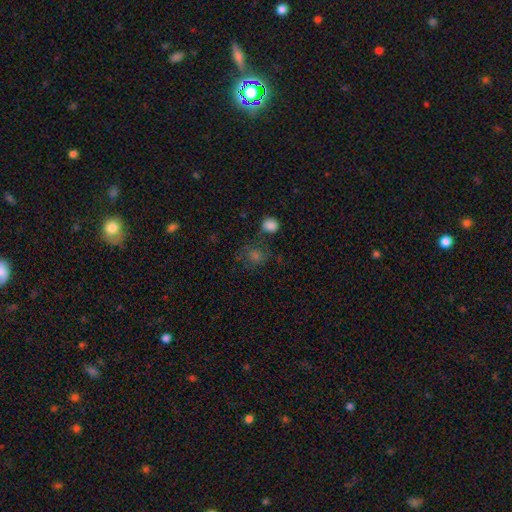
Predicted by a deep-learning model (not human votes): A smooth galaxy with no disk features (55%) that is round (79%). Merging: none (67%).